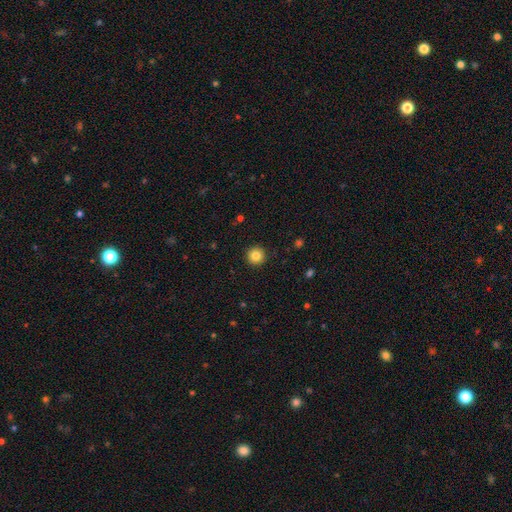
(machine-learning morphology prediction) Overall: smooth (84%). How rounded: round (96%). Merging: none (93%).